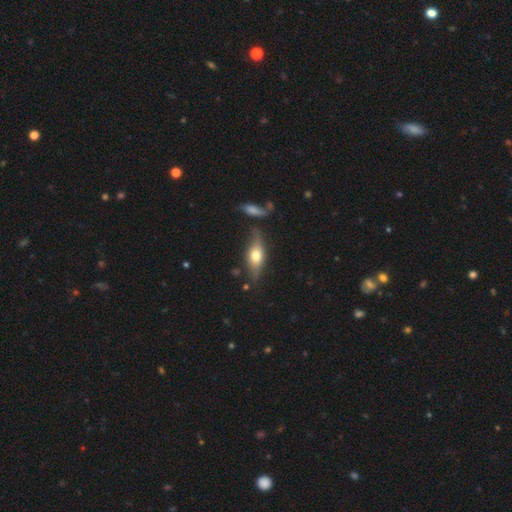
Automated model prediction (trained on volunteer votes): smooth 47%, featured or disk 46%, star or artifact 7%. Down the decision tree: merging — none (72%).